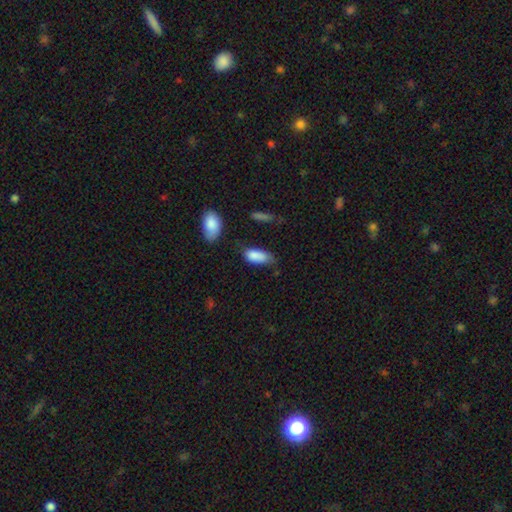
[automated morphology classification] smooth_or_featured: smooth (p=0.86) [alt: star or artifact p=0.07]
how_rounded: in between (p=0.87) [alt: cigar-shaped p=0.10]
merging: none (p=0.45) [alt: minor disturbance p=0.38]